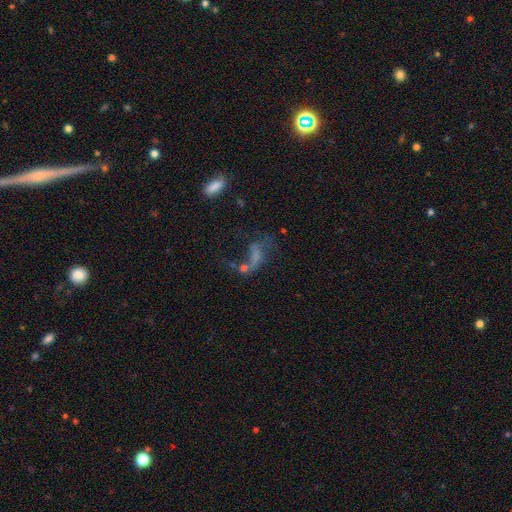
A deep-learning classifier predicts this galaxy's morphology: Smooth or featured?
  - featured or disk: 46% *
  - smooth: 33%
  - star or artifact: 21%
Merging?
  - major disturbance: 36% *
  - none: 30%
  - merger: 22%
  - minor disturbance: 13%